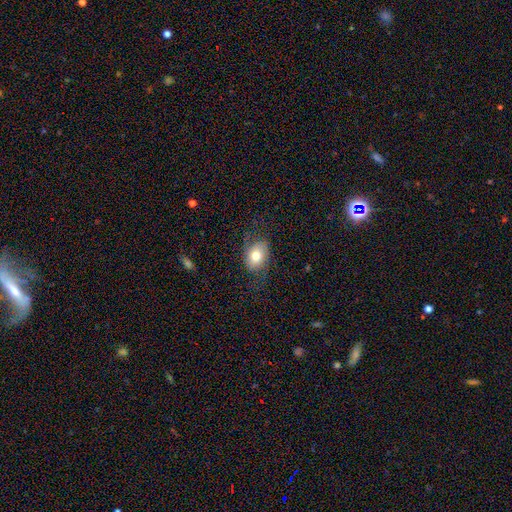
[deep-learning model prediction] Smooth or featured: smooth — 63% (featured or disk — 28%)
How rounded: in between — 72% (round — 27%)
Merging: none — 63% (minor disturbance — 22%)